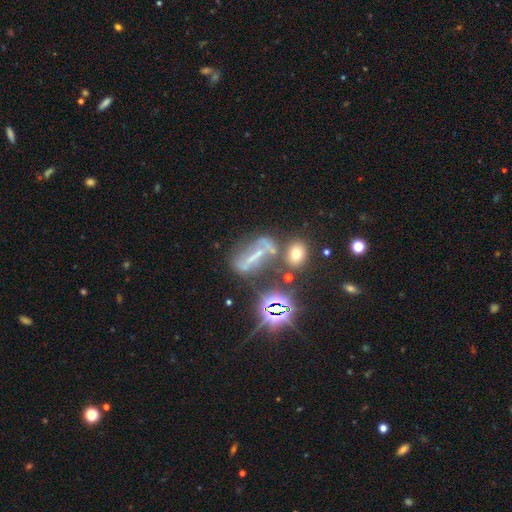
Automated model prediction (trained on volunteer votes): This is possibly a featured or disk galaxy (47%). Merging: marginally none (43%).